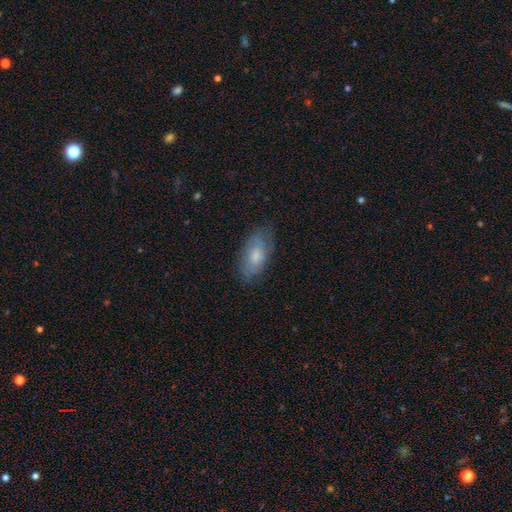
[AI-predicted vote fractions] Smooth or featured? Predicted: smooth (p=0.66). How rounded? Predicted: in between (p=0.90). Merging? Predicted: none (p=0.72).